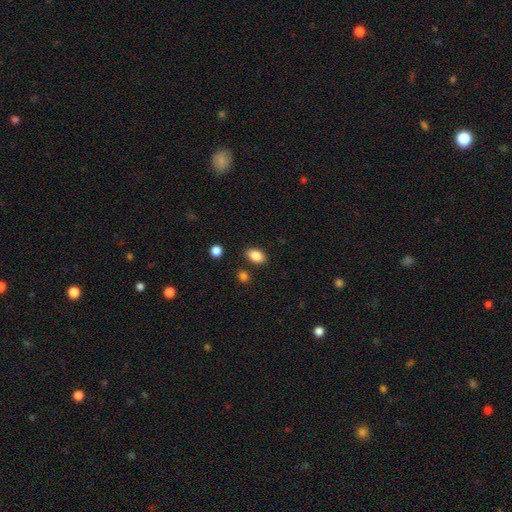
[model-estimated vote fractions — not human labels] Morphology: type=smooth (87%); roundness=in between (84%); merging=none (83%).